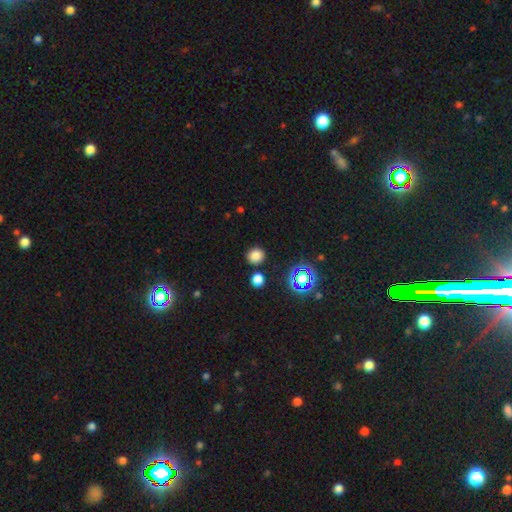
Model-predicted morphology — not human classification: A smooth galaxy with no disk features (77%) that is round (85%). Merging: none (86%).